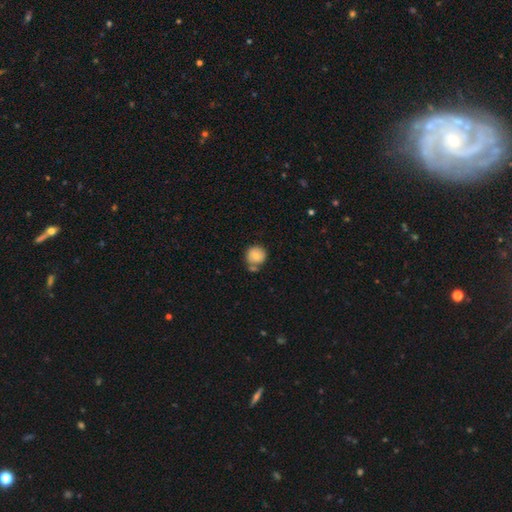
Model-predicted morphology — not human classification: This appears to be a smooth galaxy with no disk features (79%) that is round (91%). Merging: none (58%).